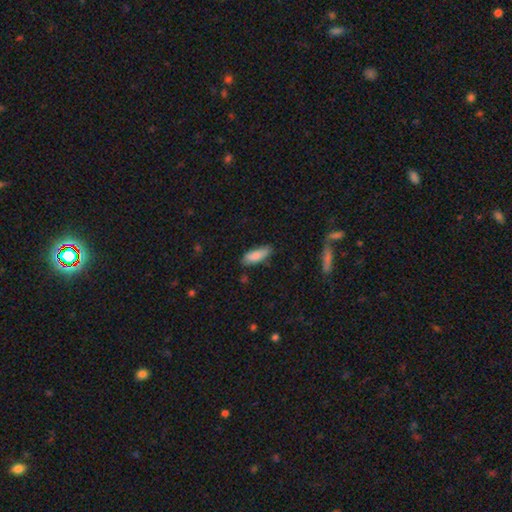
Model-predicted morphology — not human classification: Smooth or featured?
  - smooth: 86% *
  - featured or disk: 8%
  - star or artifact: 6%
How rounded?
  - in between: 67% *
  - cigar-shaped: 32%
  - round: 2%
Merging?
  - none: 76% *
  - minor disturbance: 19%
  - major disturbance: 3%
  - merger: 2%